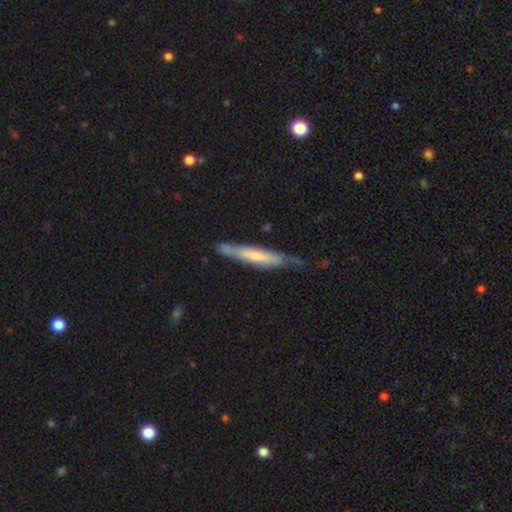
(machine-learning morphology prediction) A smooth galaxy with no disk features (50%) that is cigar-shaped (93%).

Vote fractions:
- Smooth or featured? smooth: 50% / featured or disk: 45% / star or artifact: 5%
- How rounded? cigar-shaped: 93% / in between: 6% / round: 1%
- Merging? none: 63% / minor disturbance: 28% / major disturbance: 6% / merger: 3%